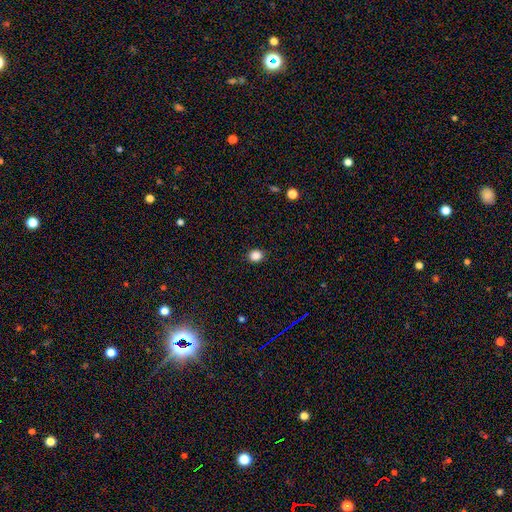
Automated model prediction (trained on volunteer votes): smooth 86%, star or artifact 11%, featured or disk 3%. Down the decision tree: how rounded — round (74%); merging — none (89%).